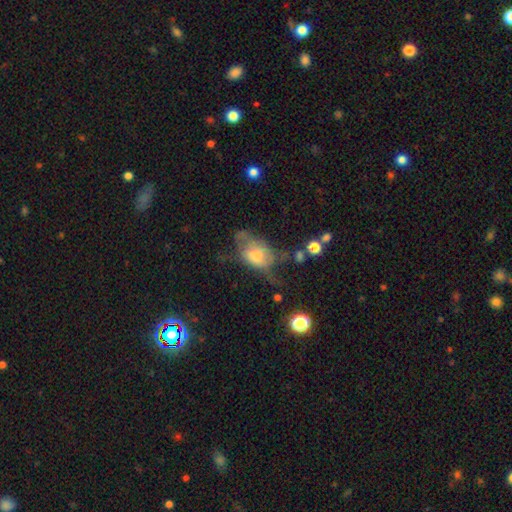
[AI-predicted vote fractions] A smooth galaxy with no disk features (53%) that is in between round and cigar-shaped (80%).

Vote fractions:
- Smooth or featured? smooth: 53% / featured or disk: 37% / star or artifact: 10%
- How rounded? in between: 80% / round: 17% / cigar-shaped: 3%
- Merging? major disturbance: 41% / minor disturbance: 27% / none: 27% / merger: 5%